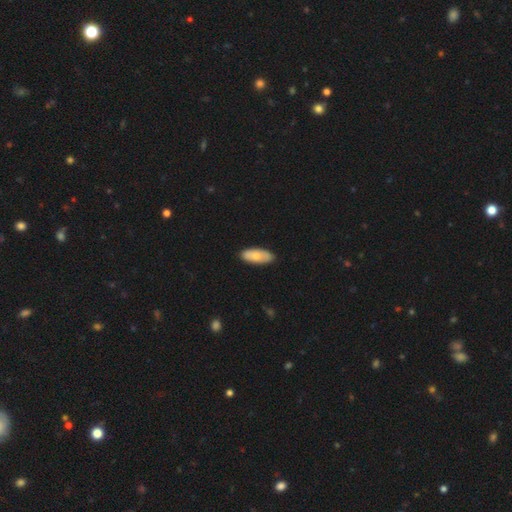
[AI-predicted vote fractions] smooth-or-featured: smooth: 71% | featured or disk: 23% | star or artifact: 5%
  how-rounded: in between: 84% | cigar-shaped: 14% | round: 2%
  merging: none: 86% | minor disturbance: 11% | major disturbance: 2% | merger: 1%